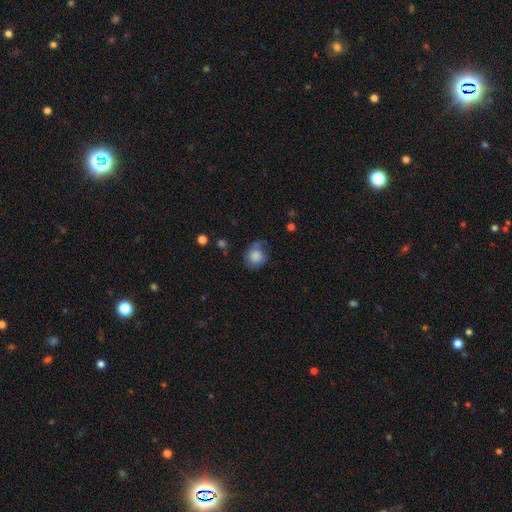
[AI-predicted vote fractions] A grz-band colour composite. It shows a smooth galaxy with no disk features (69%) that is round (77%). Merging: none (48%).